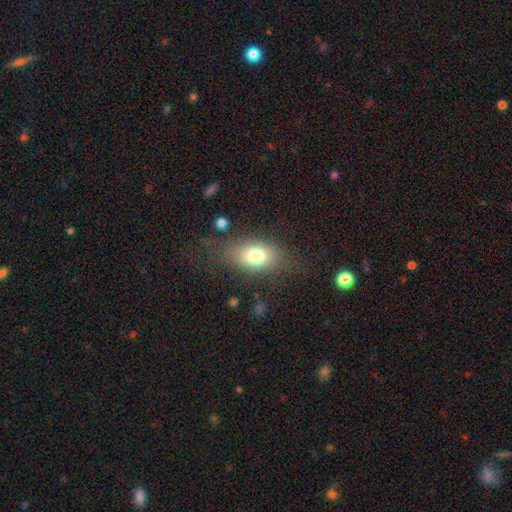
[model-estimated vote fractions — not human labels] A smooth galaxy with no disk features (75%) that is in between round and cigar-shaped (82%).

Vote fractions:
- Smooth or featured? smooth: 75% / featured or disk: 15% / star or artifact: 10%
- How rounded? in between: 82% / round: 16% / cigar-shaped: 3%
- Merging? none: 70% / minor disturbance: 17% / major disturbance: 11% / merger: 2%